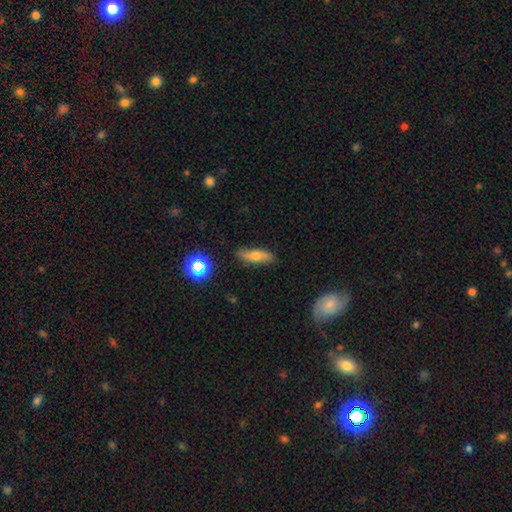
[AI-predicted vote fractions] Smooth or featured: smooth — 66% (featured or disk — 23%)
How rounded: in between — 53% (cigar-shaped — 43%)
Merging: none — 84% (minor disturbance — 12%)